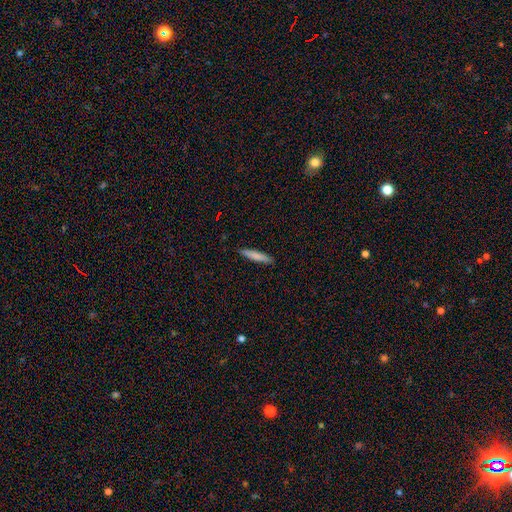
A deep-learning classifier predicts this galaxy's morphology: Q: Smooth or featured?
A: smooth (80%); runner-up: featured or disk (14%)
Q: How rounded?
A: cigar-shaped (91%); runner-up: in between (8%)
Q: Merging?
A: none (89%); runner-up: minor disturbance (8%)